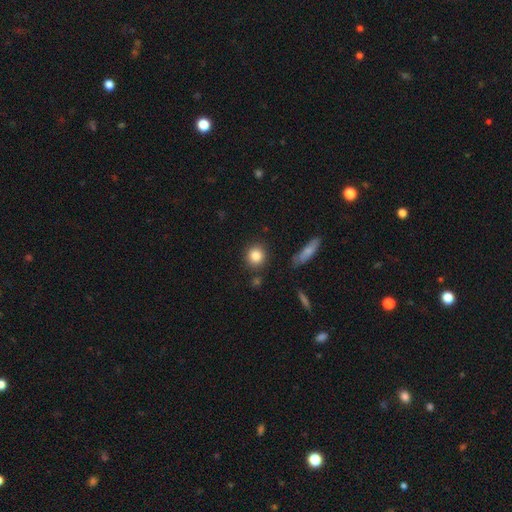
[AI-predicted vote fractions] A smooth galaxy with no disk features (84%) that is round (85%).

Vote fractions:
- Smooth or featured? smooth: 84% / star or artifact: 9% / featured or disk: 7%
- How rounded? round: 85% / in between: 13% / cigar-shaped: 2%
- Merging? none: 85% / minor disturbance: 8% / merger: 4% / major disturbance: 3%